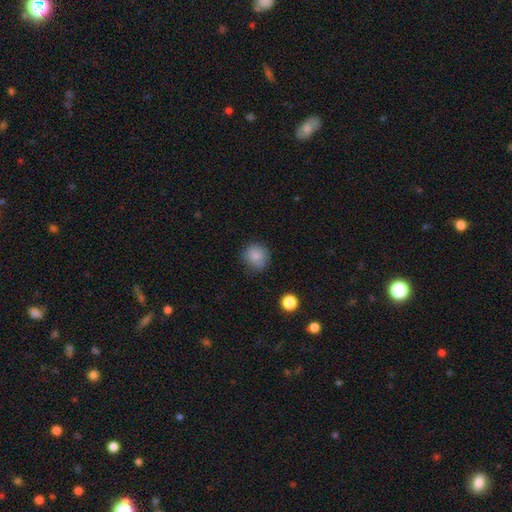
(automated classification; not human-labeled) Overall: smooth (85%). How rounded: round (89%). Merging: none (80%).